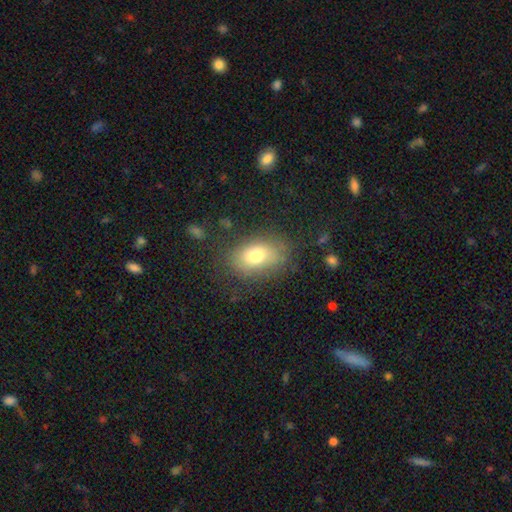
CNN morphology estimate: Smooth or featured? Predicted: smooth (p=0.73). How rounded? Predicted: in between (p=0.78). Merging? Predicted: none (p=0.72).